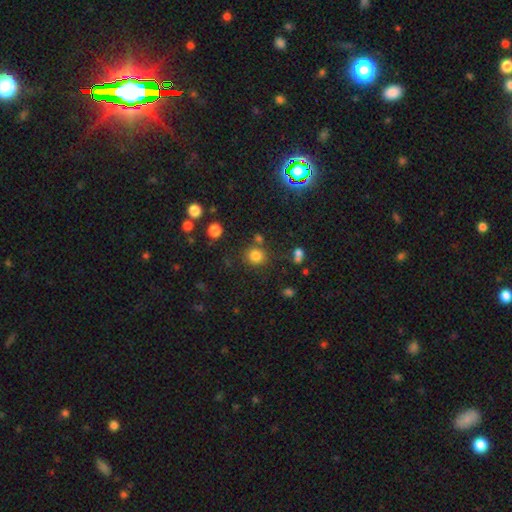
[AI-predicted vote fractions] smooth 80%, star or artifact 14%, featured or disk 6%. Down the decision tree: how rounded — round (85%); merging — none (77%).